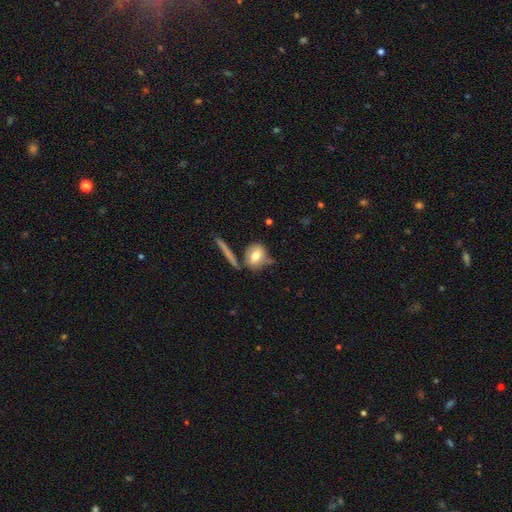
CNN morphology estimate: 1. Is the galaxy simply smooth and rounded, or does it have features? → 71% smooth, 21% featured or disk, 8% star or artifact.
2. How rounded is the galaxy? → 48% round, 46% in between, 6% cigar-shaped.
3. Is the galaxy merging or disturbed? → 60% none, 20% minor disturbance, 13% merger, 7% major disturbance.